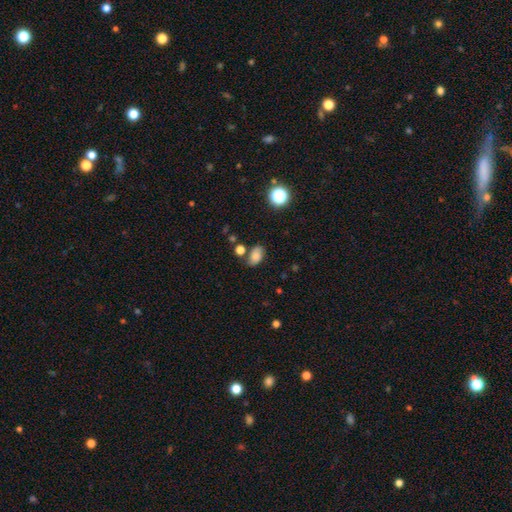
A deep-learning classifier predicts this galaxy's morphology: A smooth galaxy with no disk features (78%) that is in between round and cigar-shaped (85%). Merging: none (68%).